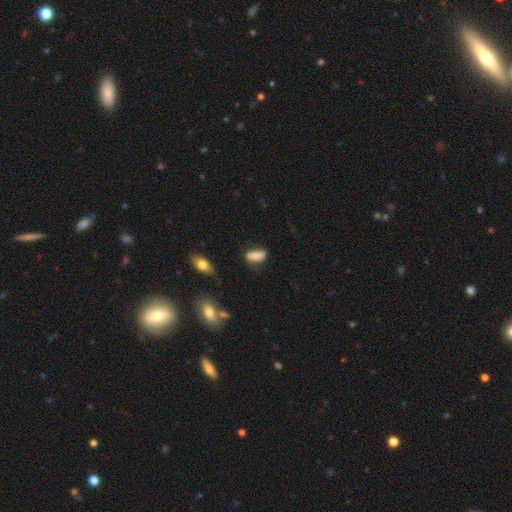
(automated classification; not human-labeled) This appears to be a smooth galaxy with no disk features (73%) that is in between round and cigar-shaped (82%). Merging: none (63%).